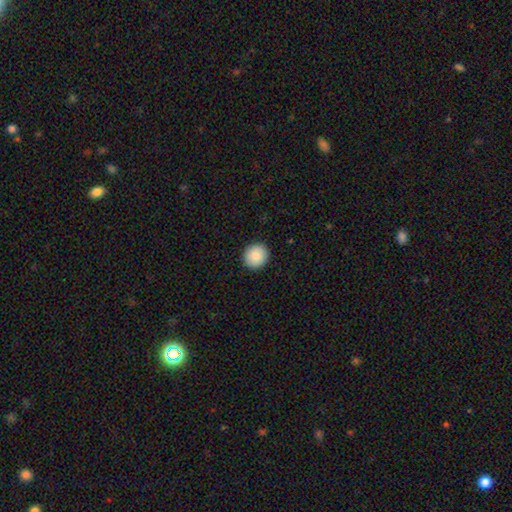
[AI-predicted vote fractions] Smooth or featured: smooth — 86% (star or artifact — 8%)
How rounded: round — 90% (in between — 9%)
Merging: none — 92% (minor disturbance — 6%)